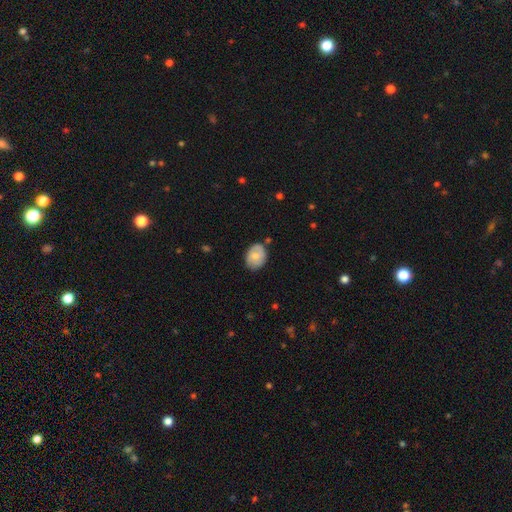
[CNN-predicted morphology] smooth 63%, featured or disk 30%, star or artifact 7%. Down the decision tree: how rounded — in between (65%); merging — none (73%).